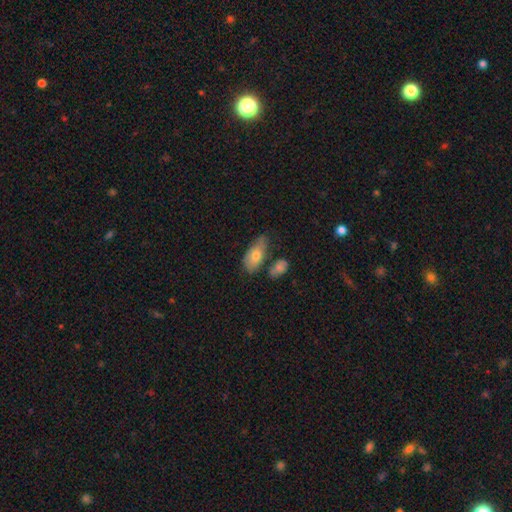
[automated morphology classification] This is likely a smooth galaxy (68%). How rounded: clearly in between (88%). Merging: possibly none (54%).